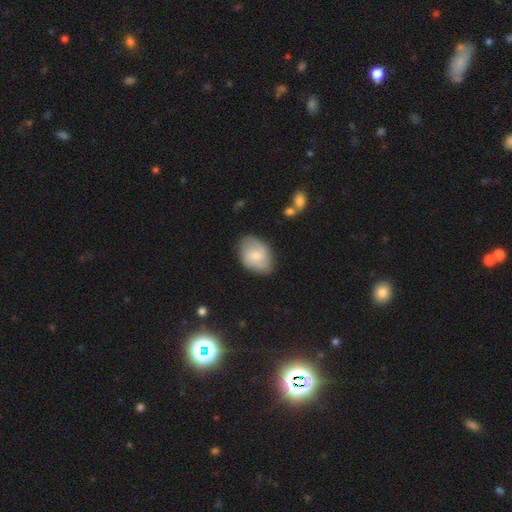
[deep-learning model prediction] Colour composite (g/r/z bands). It shows a smooth galaxy with no disk features (57%) that is in between round and cigar-shaped (79%). Merging: none (74%).